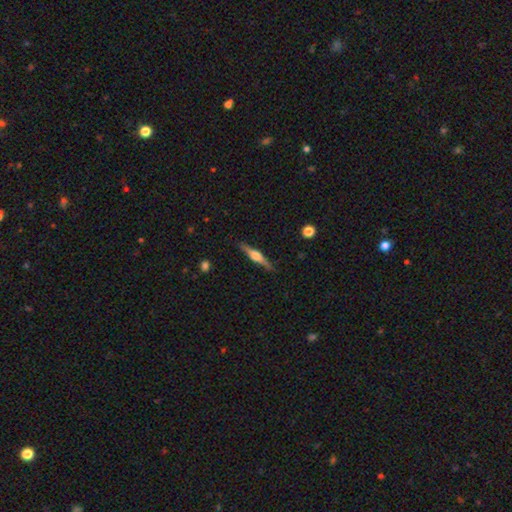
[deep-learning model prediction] Smooth or featured?
  - featured or disk: 65% *
  - smooth: 29%
  - star or artifact: 6%
Edge-on disk?
  - yes: 97% *
  - no: 3%
Edge-on bulge?
  - rounded: 84% *
  - boxy: 12%
  - none: 4%
Merging?
  - none: 88% *
  - minor disturbance: 9%
  - major disturbance: 2%
  - merger: 1%